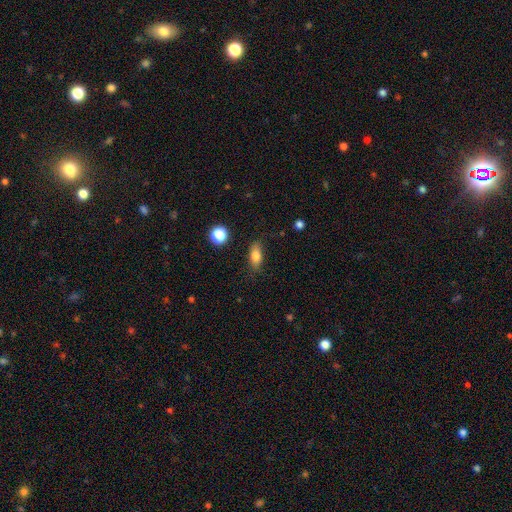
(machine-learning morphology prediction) This is clearly a smooth galaxy (81%). How rounded: clearly in between (80%). Merging: clearly none (80%).